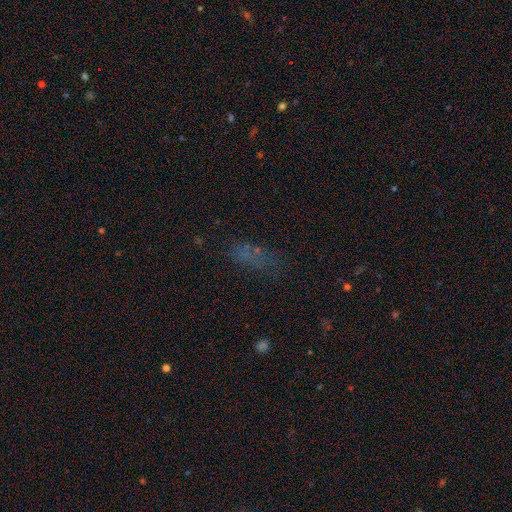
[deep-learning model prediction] The model was most divided on "smooth or featured": smooth: 51%, star or artifact: 33%, featured or disk: 16%. More confident: how rounded — in between (69%); merging — none (60%).